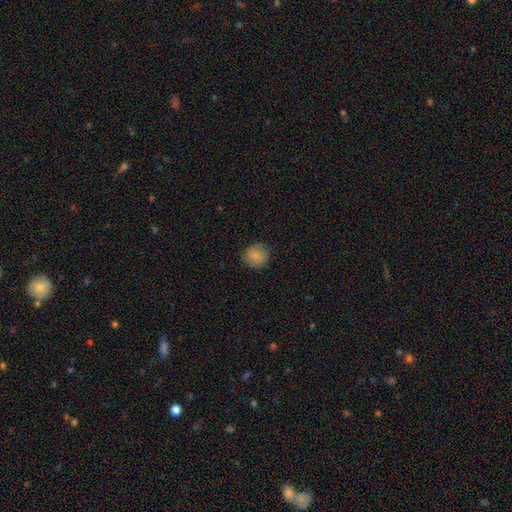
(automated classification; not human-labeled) smooth_or_featured: smooth (p=0.86) [alt: star or artifact p=0.09]
how_rounded: round (p=0.92) [alt: in between p=0.07]
merging: none (p=0.87) [alt: minor disturbance p=0.09]